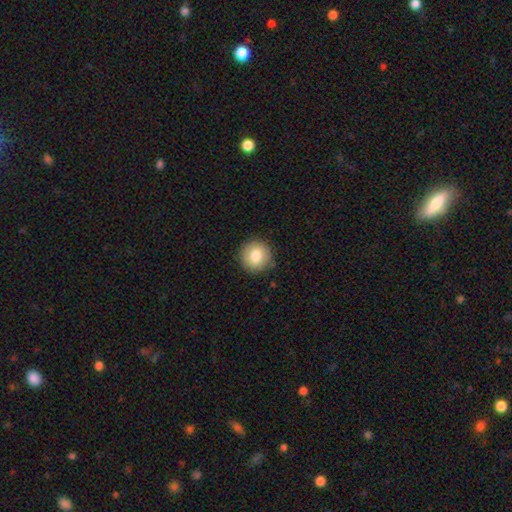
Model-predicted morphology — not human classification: Overall: smooth (82%). How rounded: round (92%). Merging: none (88%).